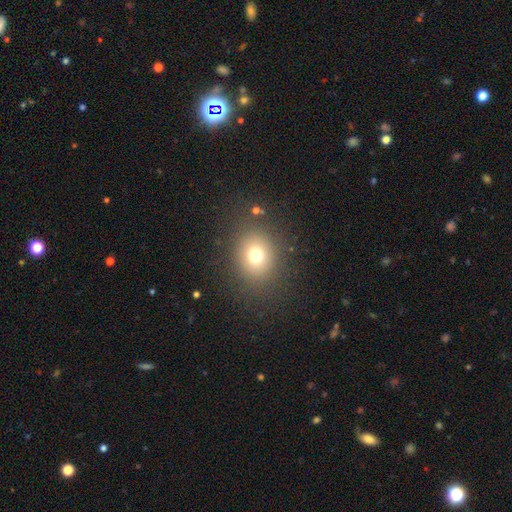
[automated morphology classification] A smooth galaxy with no disk features (73%) that is round (69%).

Vote fractions:
- Smooth or featured? smooth: 73% / star or artifact: 17% / featured or disk: 10%
- How rounded? round: 69% / in between: 30% / cigar-shaped: 1%
- Merging? none: 85% / minor disturbance: 8% / major disturbance: 5% / merger: 2%